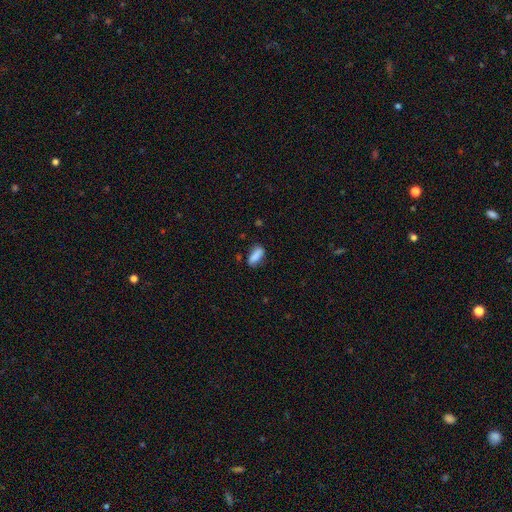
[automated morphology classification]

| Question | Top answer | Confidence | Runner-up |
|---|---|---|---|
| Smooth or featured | smooth | 85% | star or artifact (8%) |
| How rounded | in between | 77% | cigar-shaped (20%) |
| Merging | none | 72% | minor disturbance (20%) |